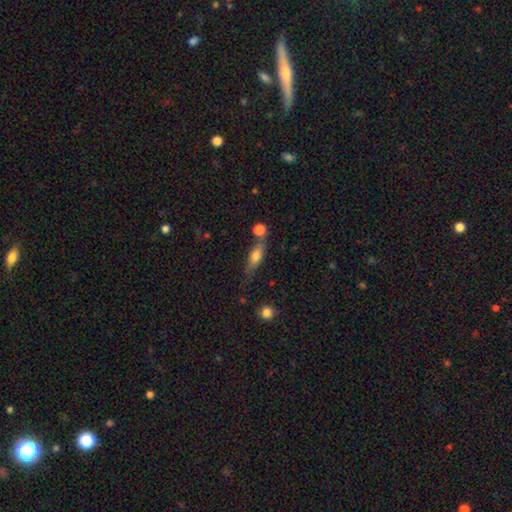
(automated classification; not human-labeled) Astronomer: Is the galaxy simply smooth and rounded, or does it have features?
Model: smooth — 62%.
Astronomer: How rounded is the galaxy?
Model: in between — 55% (runner-up: cigar-shaped, 40%).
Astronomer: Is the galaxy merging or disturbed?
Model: none — 58%.